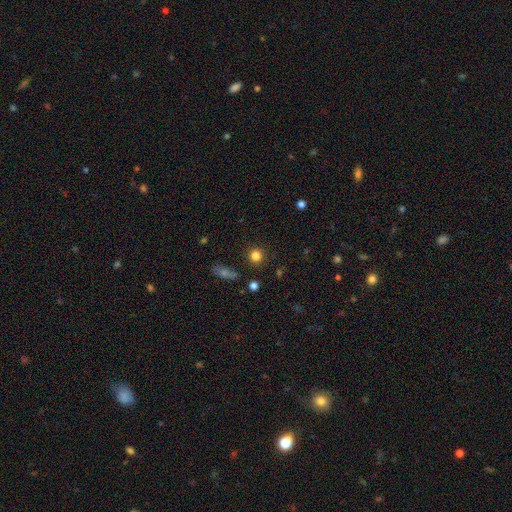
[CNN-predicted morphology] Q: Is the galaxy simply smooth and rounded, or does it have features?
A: smooth — 82%.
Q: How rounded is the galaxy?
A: round — 92%.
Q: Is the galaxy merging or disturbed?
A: none — 88%.